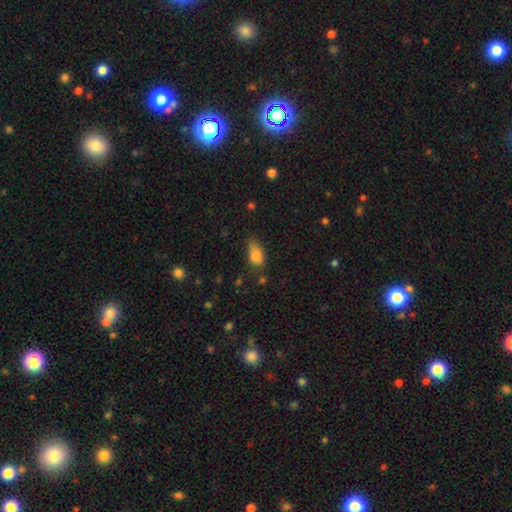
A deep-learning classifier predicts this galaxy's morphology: This is clearly a smooth galaxy (82%). How rounded: clearly in between (86%). Merging: marginally none (41%, tied with minor disturbance).